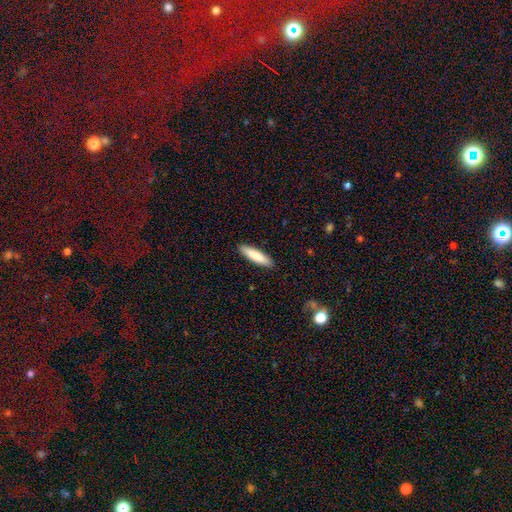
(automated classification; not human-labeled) Q: Smooth or featured?
A: smooth (84%); runner-up: featured or disk (10%)
Q: How rounded?
A: cigar-shaped (77%); runner-up: in between (22%)
Q: Merging?
A: none (91%); runner-up: minor disturbance (7%)